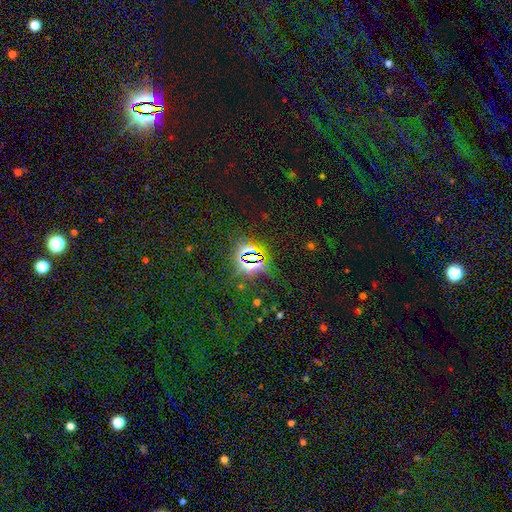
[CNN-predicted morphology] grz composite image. It shows a star or artifact, not a galaxy (80%).